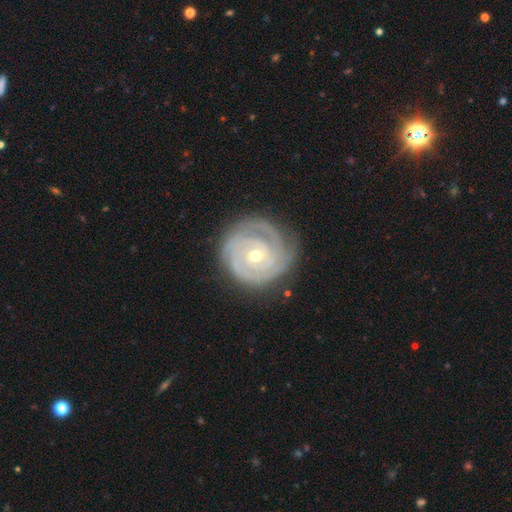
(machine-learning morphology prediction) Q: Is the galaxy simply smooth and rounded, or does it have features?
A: featured or disk — 88%.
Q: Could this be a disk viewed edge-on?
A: no — 98%.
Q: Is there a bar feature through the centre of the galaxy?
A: no — 58%.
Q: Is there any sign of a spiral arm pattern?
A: yes — 97%.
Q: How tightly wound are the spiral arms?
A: tight — 84%.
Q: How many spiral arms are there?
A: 3 — 30%.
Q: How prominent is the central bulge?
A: moderate — 55%.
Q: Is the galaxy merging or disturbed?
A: none — 77%.